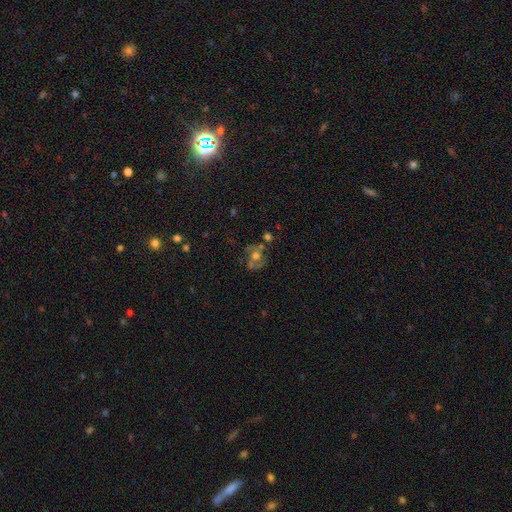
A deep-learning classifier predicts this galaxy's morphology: A featured or disk galaxy (53%) with no bar (78%), no spiral arms (50%, tied with yes) and a moderate central bulge (66%).

Vote fractions:
- Smooth or featured? featured or disk: 53% / smooth: 34% / star or artifact: 13%
- Edge-on disk? no: 96% / yes: 4%
- Bar? no: 78% / weak: 17% / strong: 5%
- Spiral arms? no: 50% (tied) / yes: 50% (tied)
- Bulge size? moderate: 66% / large: 18% / small: 11% / none: 3% / dominant: 2%
- Merging? none: 54% / minor disturbance: 19% / merger: 15% / major disturbance: 13%